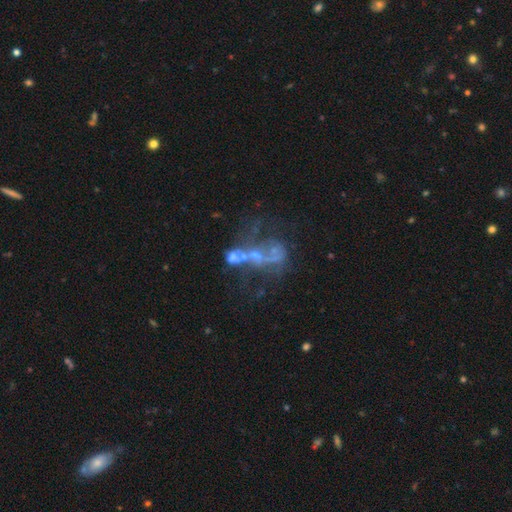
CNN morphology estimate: Q: Smooth or featured?
A: featured or disk (60%); runner-up: star or artifact (23%)
Q: Edge-on disk?
A: no (94%); runner-up: yes (6%)
Q: Bar?
A: no (80%); runner-up: weak (13%)
Q: Spiral arms?
A: no (80%); runner-up: yes (20%)
Q: Bulge size?
A: none (51%); runner-up: small (32%)
Q: Merging?
A: merger (39%); runner-up: major disturbance (27%)